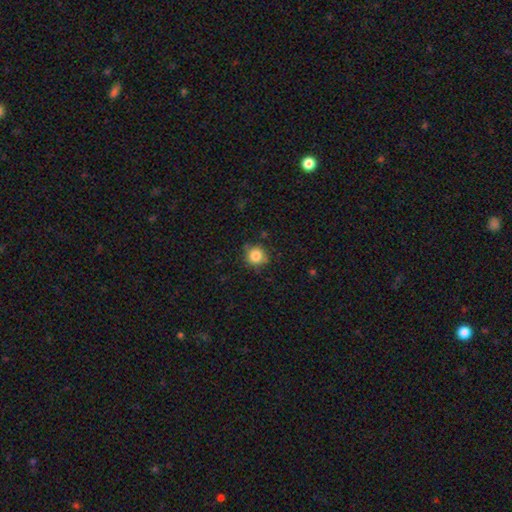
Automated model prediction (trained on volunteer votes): smooth-or-featured: smooth: 83% | star or artifact: 11% | featured or disk: 6%
  how-rounded: round: 92% | in between: 7% | cigar-shaped: 1%
  merging: none: 80% | minor disturbance: 14% | major disturbance: 3% | merger: 3%